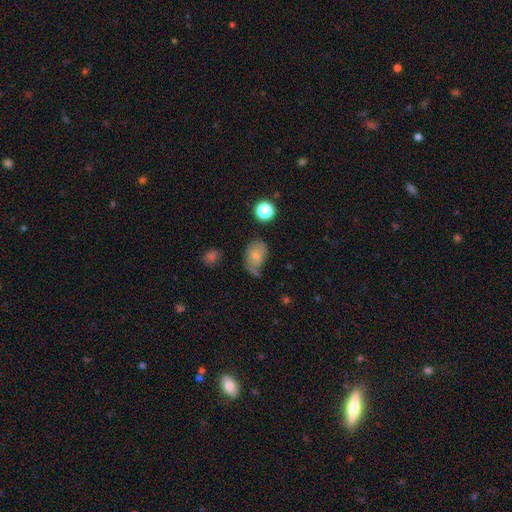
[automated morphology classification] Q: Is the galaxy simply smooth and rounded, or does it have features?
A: smooth — 71%.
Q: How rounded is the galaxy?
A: in between — 81%.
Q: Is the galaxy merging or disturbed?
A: none — 41%.